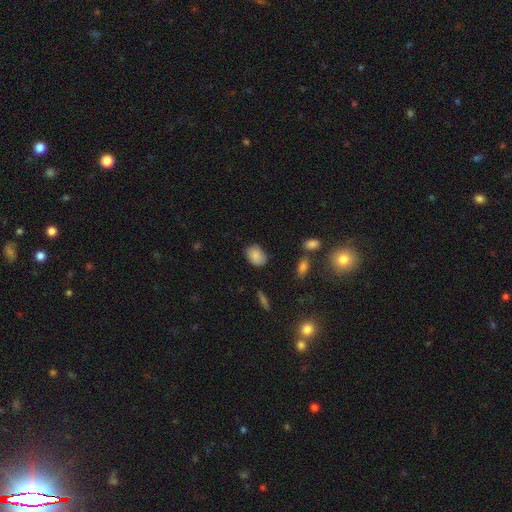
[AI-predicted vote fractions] Q: Smooth or featured?
A: smooth (86%); runner-up: star or artifact (8%)
Q: How rounded?
A: in between (77%); runner-up: round (21%)
Q: Merging?
A: none (78%); runner-up: minor disturbance (16%)